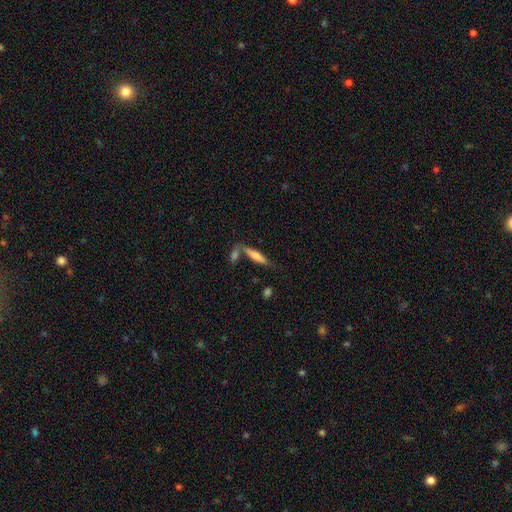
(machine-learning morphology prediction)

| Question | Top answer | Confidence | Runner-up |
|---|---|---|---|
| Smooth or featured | smooth | 64% | featured or disk (29%) |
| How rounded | cigar-shaped | 80% | in between (18%) |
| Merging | none | 62% | merger (20%) |